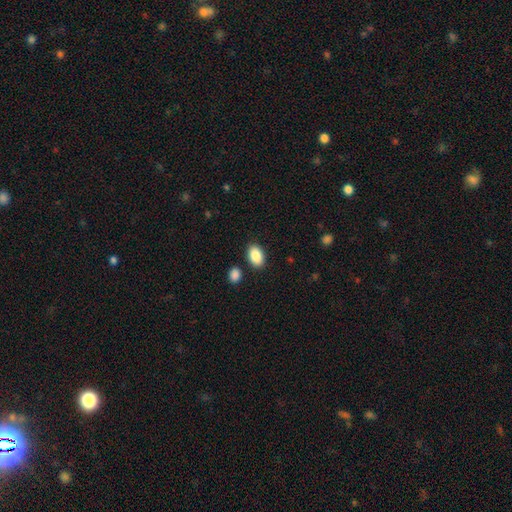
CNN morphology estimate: Q: Smooth or featured?
A: smooth (88%); runner-up: star or artifact (7%)
Q: How rounded?
A: in between (90%); runner-up: round (9%)
Q: Merging?
A: none (85%); runner-up: minor disturbance (8%)